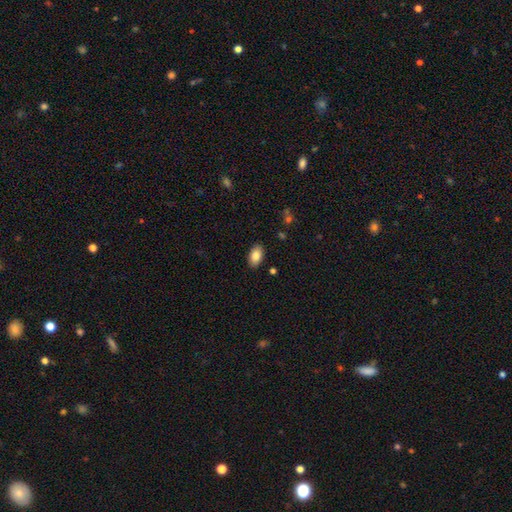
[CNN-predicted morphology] Smooth or featured? smooth (84%)
How rounded? in between (93%)
Merging? none (88%)